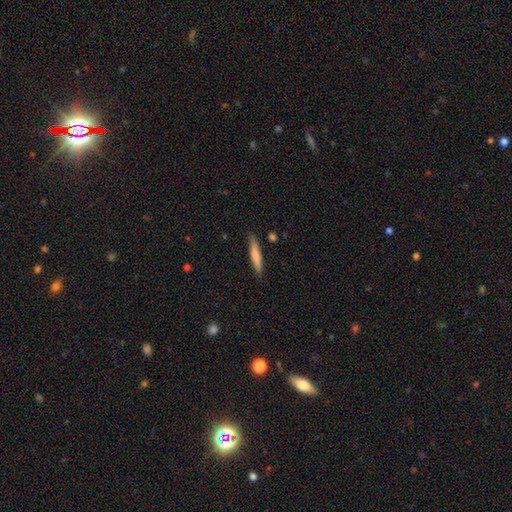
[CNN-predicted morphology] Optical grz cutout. It shows a smooth galaxy with no disk features (72%) that is cigar-shaped (92%). Merging: none (87%).